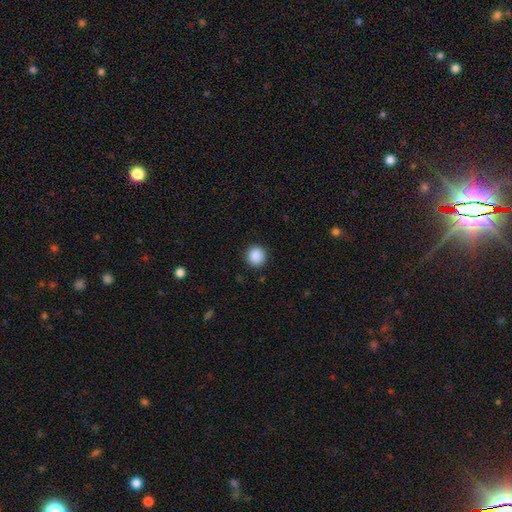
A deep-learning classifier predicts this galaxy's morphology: Smooth or featured: smooth — 89% (star or artifact — 8%)
How rounded: round — 92% (in between — 7%)
Merging: none — 90% (minor disturbance — 7%)